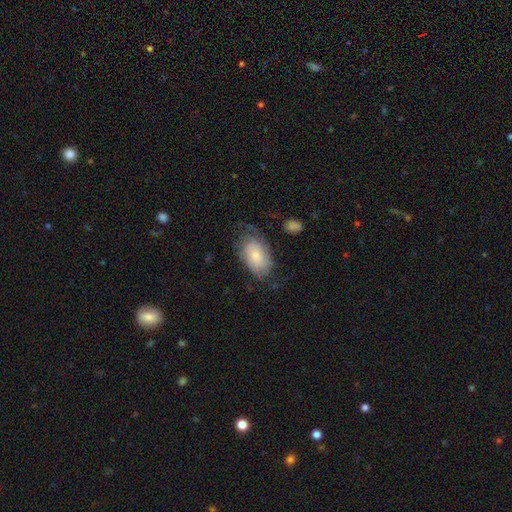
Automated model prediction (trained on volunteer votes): smooth-or-featured: featured or disk: 49% | smooth: 44% | star or artifact: 7%
  merging: none: 54% | minor disturbance: 27% | major disturbance: 17% | merger: 2%